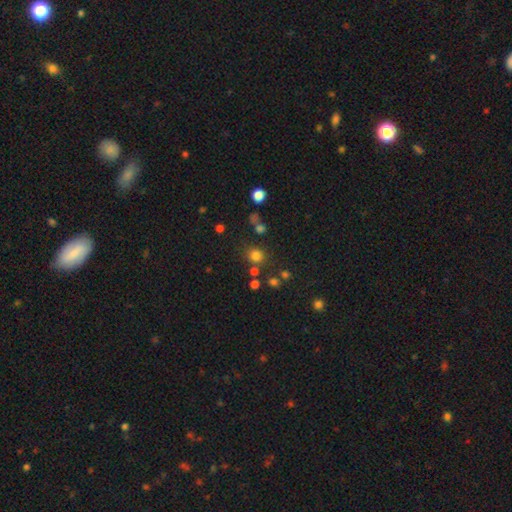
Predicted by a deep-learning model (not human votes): smooth 75%, star or artifact 18%, featured or disk 6%. Down the decision tree: how rounded — round (86%); merging — none (76%).